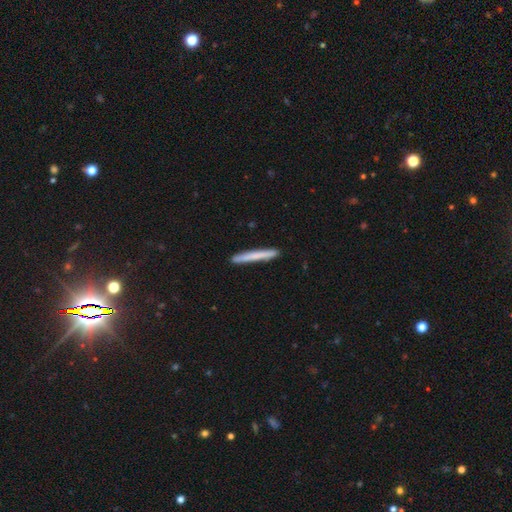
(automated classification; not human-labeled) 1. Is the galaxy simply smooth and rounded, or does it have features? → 69% smooth, 25% featured or disk, 5% star or artifact.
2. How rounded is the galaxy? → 97% cigar-shaped, 2% in between, 1% round.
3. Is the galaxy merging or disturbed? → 90% none, 7% minor disturbance, 1% merger, 1% major disturbance.